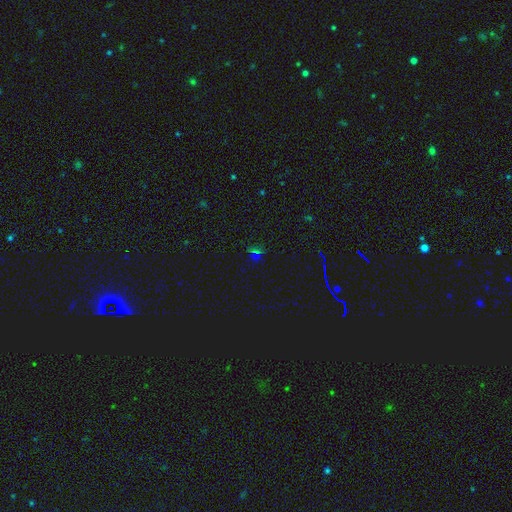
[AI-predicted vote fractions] Q: Smooth or featured?
A: star or artifact (60%); runner-up: smooth (31%)